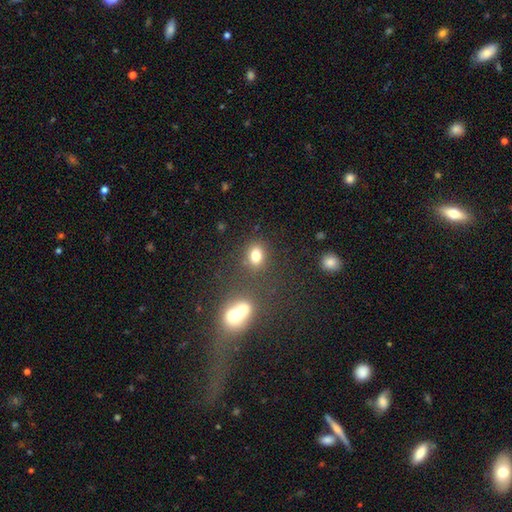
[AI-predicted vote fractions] Overall: smooth (80%). How rounded: in between (64%; round 34%). Merging: none (74%).